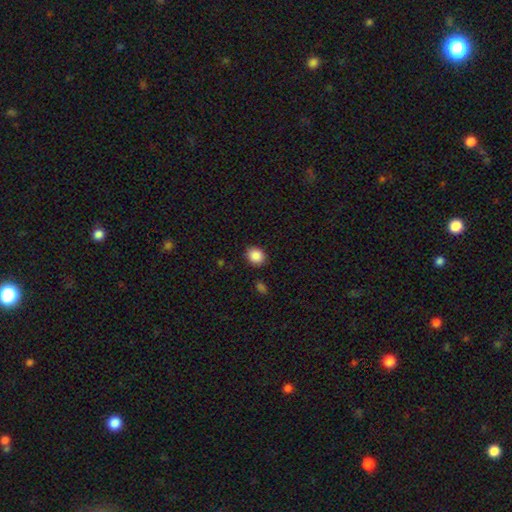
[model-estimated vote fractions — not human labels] Smooth or featured? smooth (87%)
How rounded? round (63%)
Merging? none (87%)